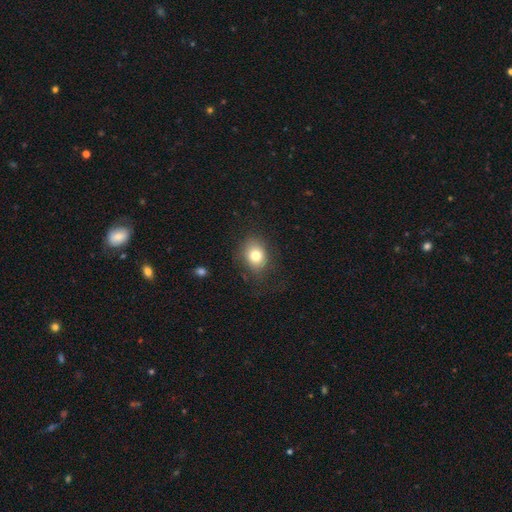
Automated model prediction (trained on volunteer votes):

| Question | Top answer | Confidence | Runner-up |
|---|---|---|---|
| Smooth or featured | smooth | 79% | featured or disk (11%) |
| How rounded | in between | 56% | round (44%) |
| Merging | none | 78% | minor disturbance (15%) |